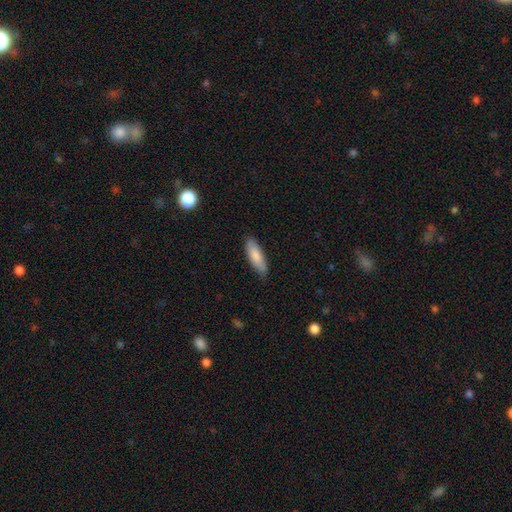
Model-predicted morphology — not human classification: smooth_or_featured: smooth (p=0.84) [alt: featured or disk p=0.10]
how_rounded: in between (p=0.54) [alt: cigar-shaped p=0.44]
merging: none (p=0.82) [alt: minor disturbance p=0.15]